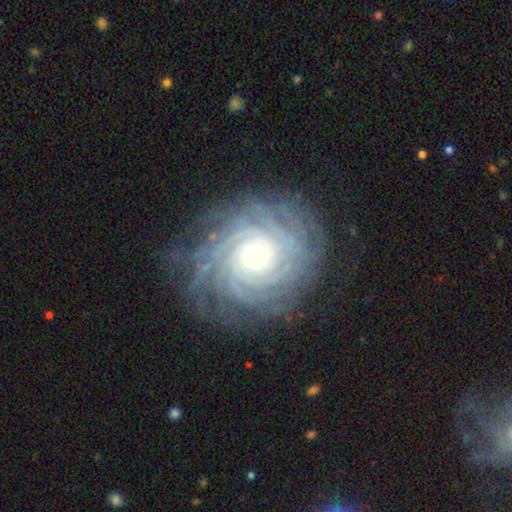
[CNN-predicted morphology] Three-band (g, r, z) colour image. It shows a featured or disk galaxy (89%) with no bar (78%), more than 4 (37%) tight (87%) spiral arms (98%) and a small central bulge (58%). Merging: none (80%).